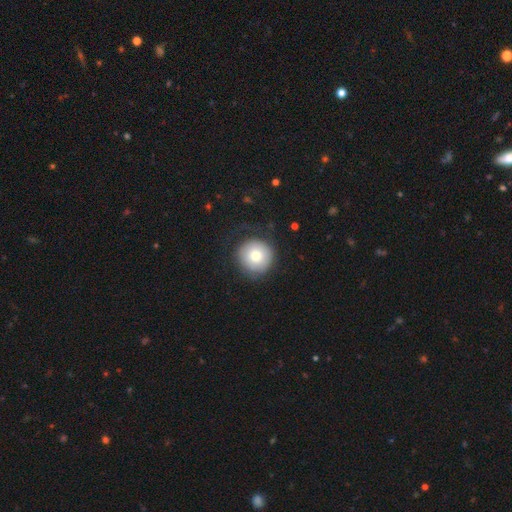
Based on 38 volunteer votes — Volunteers were most divided on "merging": none: 61%, major disturbance: 24%, minor disturbance: 16%, merger: 0%. More confident: how rounded — round (100%); smooth or featured — smooth (87%).